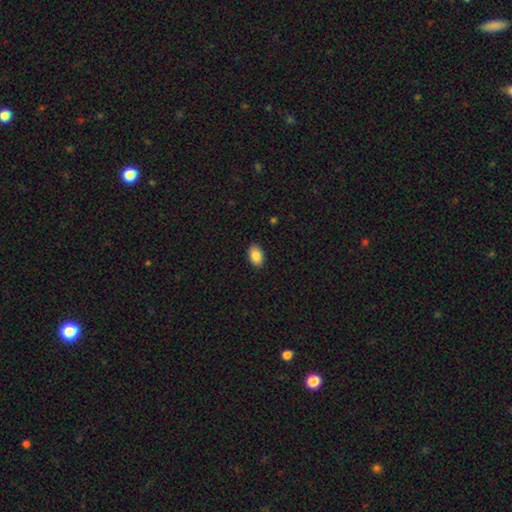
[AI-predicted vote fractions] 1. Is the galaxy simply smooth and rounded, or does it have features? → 88% smooth, 7% star or artifact, 5% featured or disk.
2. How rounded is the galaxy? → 90% in between, 9% round, 1% cigar-shaped.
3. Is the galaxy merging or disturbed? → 90% none, 7% minor disturbance, 2% major disturbance, 1% merger.